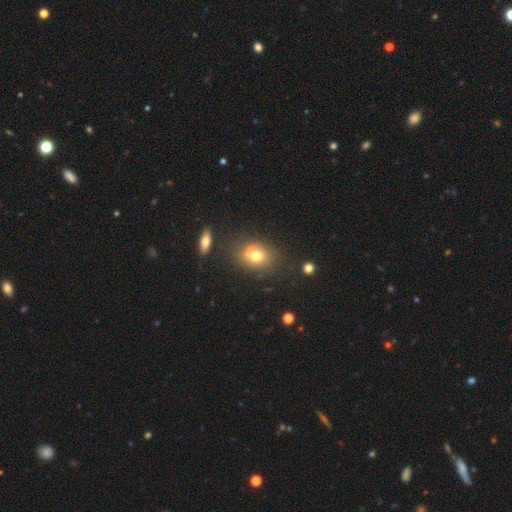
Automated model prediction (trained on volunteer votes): Smooth or featured? Predicted: smooth (p=0.70). How rounded? Predicted: in between (p=0.57). Merging? Predicted: none (p=0.67).